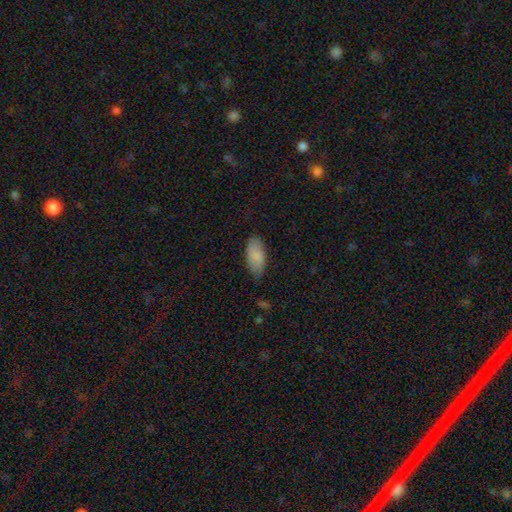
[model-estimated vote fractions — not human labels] Q: Smooth or featured?
A: smooth (87%); runner-up: featured or disk (7%)
Q: How rounded?
A: in between (92%); runner-up: cigar-shaped (6%)
Q: Merging?
A: none (77%); runner-up: minor disturbance (19%)